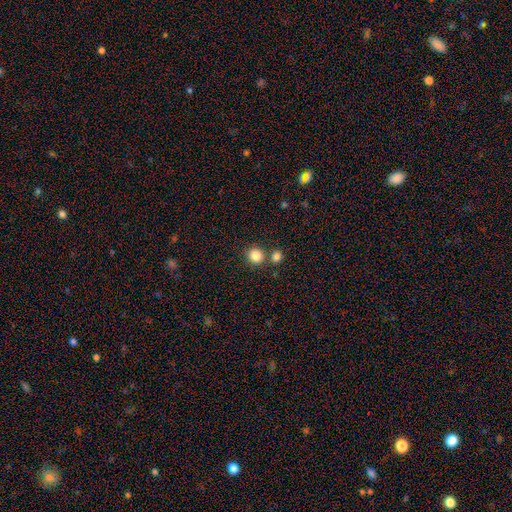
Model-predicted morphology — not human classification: A smooth galaxy with no disk features (84%) that is round (90%).

Vote fractions:
- Smooth or featured? smooth: 84% / star or artifact: 11% / featured or disk: 5%
- How rounded? round: 90% / in between: 9% / cigar-shaped: 1%
- Merging? none: 74% / merger: 16% / minor disturbance: 7% / major disturbance: 2%